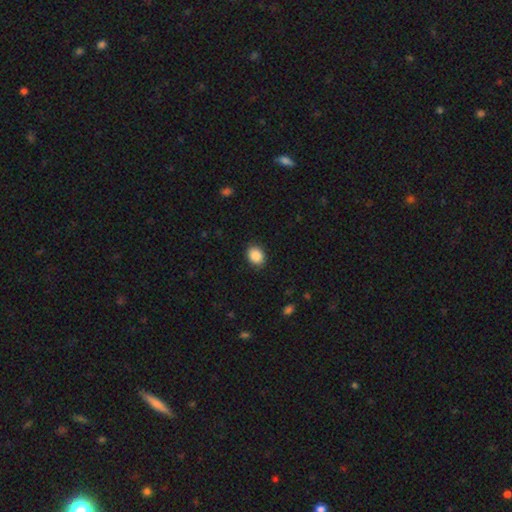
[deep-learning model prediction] smooth 89%, star or artifact 8%, featured or disk 3%. Down the decision tree: how rounded — round (52%); merging — none (87%).